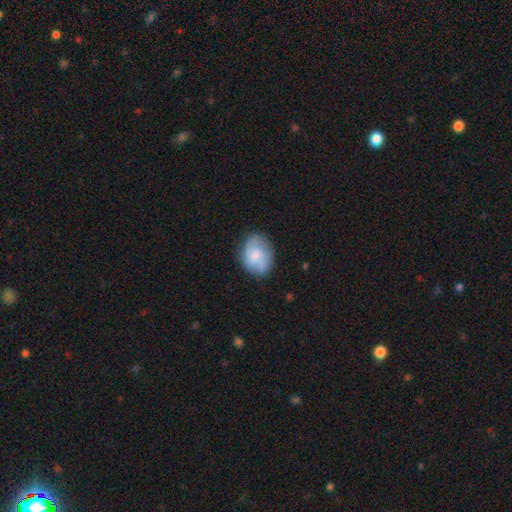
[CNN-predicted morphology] A smooth galaxy with no disk features (53%) that is in between round and cigar-shaped (65%).

Vote fractions:
- Smooth or featured? smooth: 53% / featured or disk: 40% / star or artifact: 7%
- How rounded? in between: 65% / round: 34% / cigar-shaped: 1%
- Merging? none: 72% / minor disturbance: 20% / major disturbance: 6% / merger: 2%